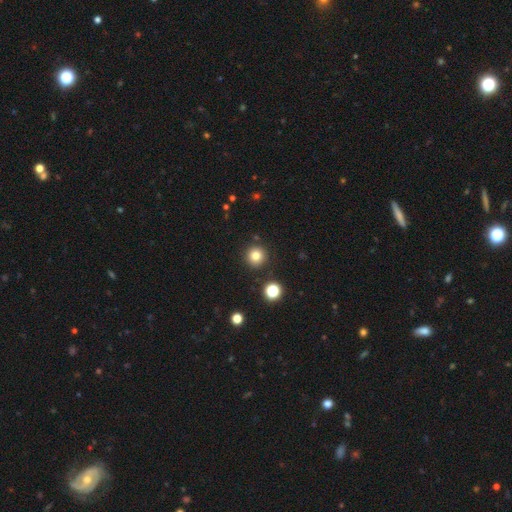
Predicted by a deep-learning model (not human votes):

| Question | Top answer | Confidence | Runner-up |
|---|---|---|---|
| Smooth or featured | smooth | 80% | star or artifact (13%) |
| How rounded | round | 95% | in between (4%) |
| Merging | none | 89% | minor disturbance (6%) |